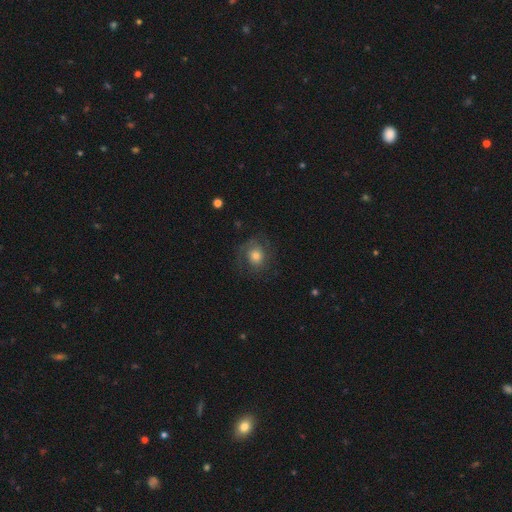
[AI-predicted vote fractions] smooth-or-featured: featured or disk: 49% | smooth: 41% | star or artifact: 9%
  merging: none: 69% | minor disturbance: 17% | major disturbance: 13% | merger: 1%